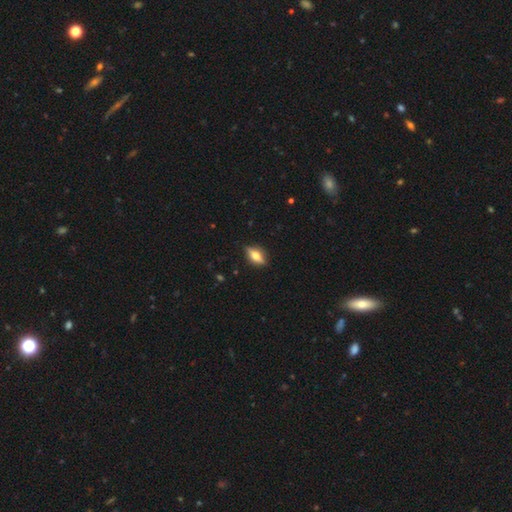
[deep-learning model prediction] Q: Smooth or featured?
A: smooth (51%); runner-up: featured or disk (41%)
Q: How rounded?
A: in between (76%); runner-up: cigar-shaped (18%)
Q: Merging?
A: none (83%); runner-up: minor disturbance (13%)